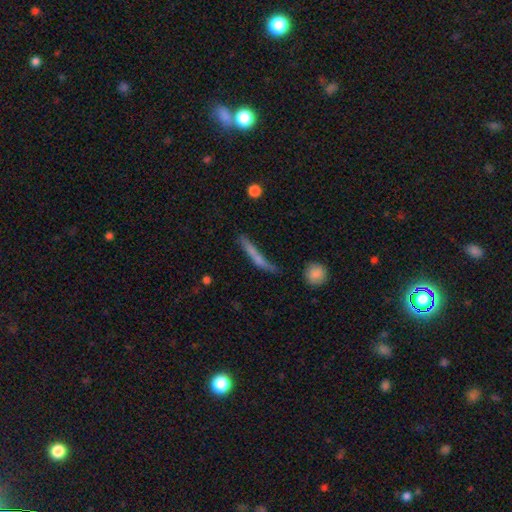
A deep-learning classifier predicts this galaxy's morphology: Smooth or featured: smooth — 53% (featured or disk — 38%)
How rounded: cigar-shaped — 91% (in between — 6%)
Merging: none — 58% (minor disturbance — 23%)